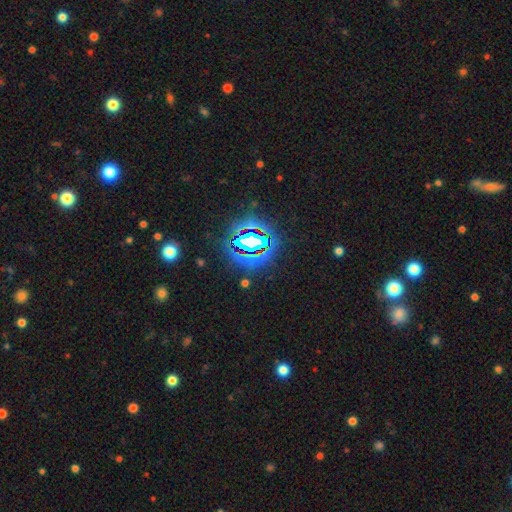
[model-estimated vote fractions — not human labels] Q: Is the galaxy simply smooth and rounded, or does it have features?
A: star or artifact — 84%.